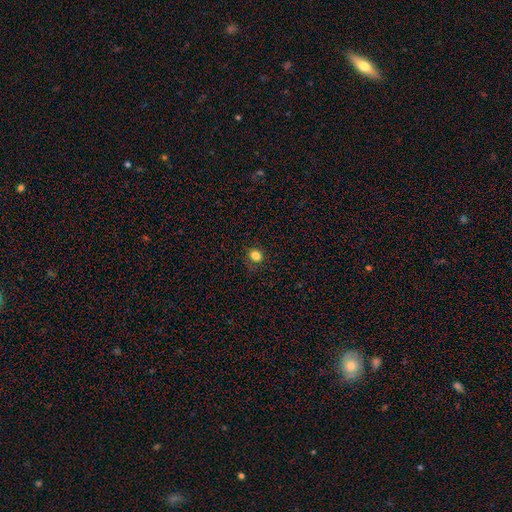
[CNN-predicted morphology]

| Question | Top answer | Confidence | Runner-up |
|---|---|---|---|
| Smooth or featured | smooth | 82% | star or artifact (13%) |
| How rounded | round | 70% | in between (29%) |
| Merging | none | 84% | minor disturbance (11%) |